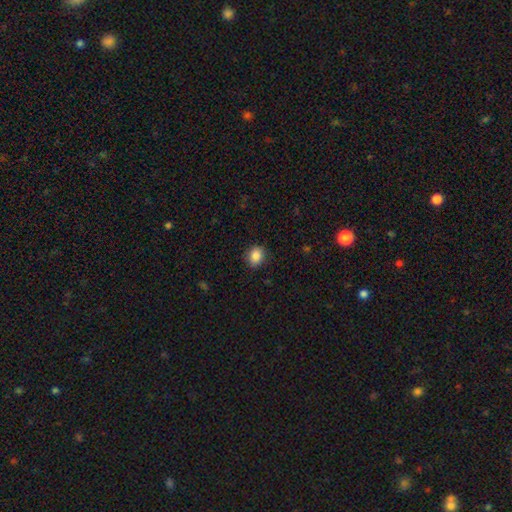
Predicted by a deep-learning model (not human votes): Morphology: type=smooth (86%); roundness=round (58%); merging=none (86%).